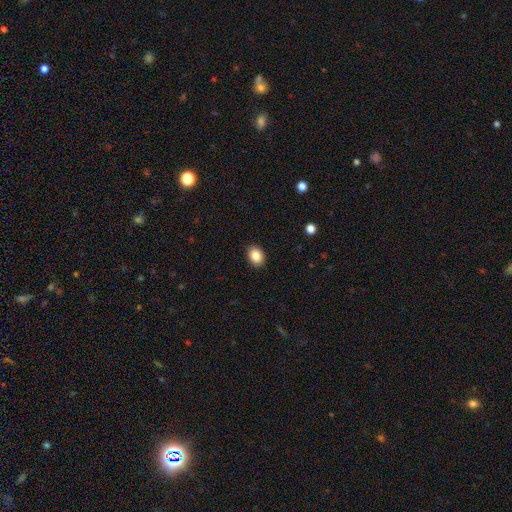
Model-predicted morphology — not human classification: Q: Smooth or featured?
A: smooth (88%); runner-up: star or artifact (8%)
Q: How rounded?
A: in between (63%); runner-up: round (36%)
Q: Merging?
A: none (90%); runner-up: minor disturbance (7%)